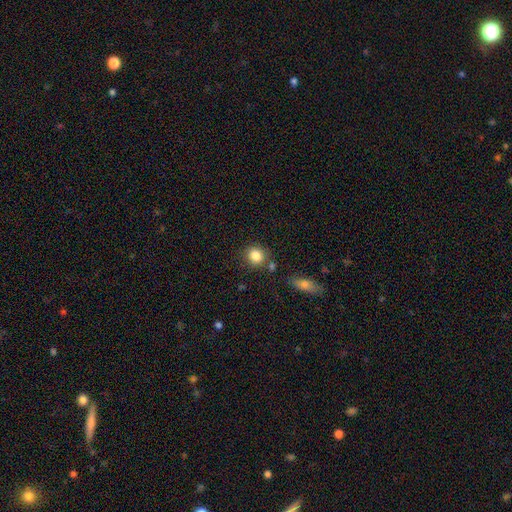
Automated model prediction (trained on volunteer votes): Smooth or featured? Predicted: smooth (p=0.85). How rounded? Predicted: round (p=0.82). Merging? Predicted: none (p=0.76).